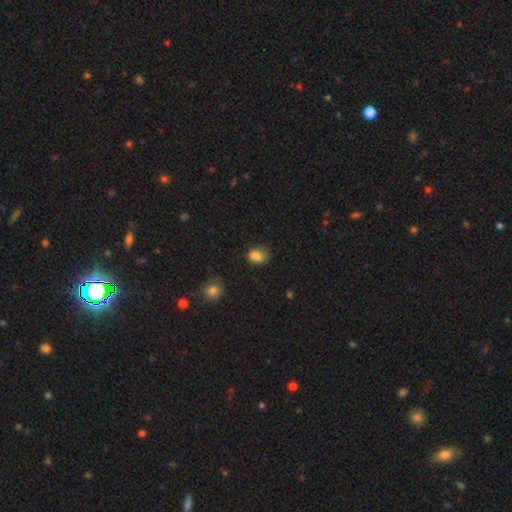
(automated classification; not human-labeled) Smooth or featured?
  - smooth: 83% *
  - star or artifact: 10%
  - featured or disk: 7%
How rounded?
  - in between: 66% *
  - round: 33%
  - cigar-shaped: 1%
Merging?
  - none: 58% *
  - minor disturbance: 29%
  - major disturbance: 10%
  - merger: 3%